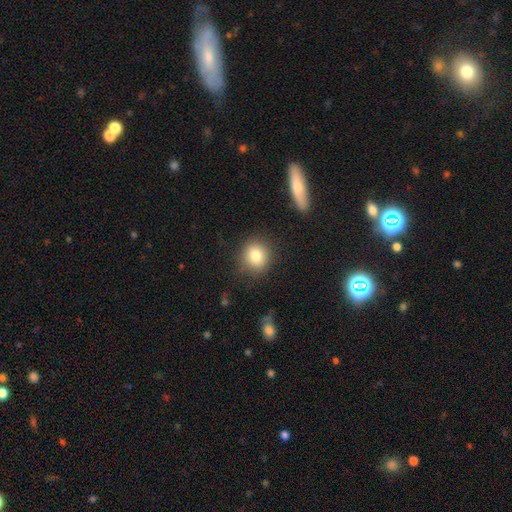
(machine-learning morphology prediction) Overall: smooth (82%). How rounded: round (84%). Merging: none (84%).